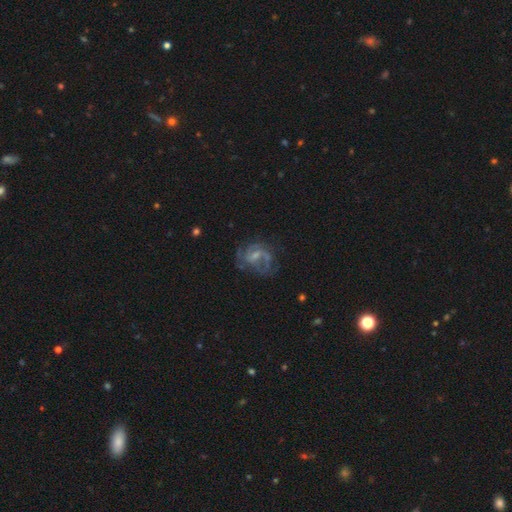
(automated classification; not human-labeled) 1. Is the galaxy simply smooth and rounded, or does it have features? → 75% featured or disk, 16% smooth, 9% star or artifact.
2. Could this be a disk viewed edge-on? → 98% no, 2% yes.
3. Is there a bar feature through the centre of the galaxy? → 53% weak, 35% no, 13% strong.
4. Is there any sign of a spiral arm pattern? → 84% yes, 16% no.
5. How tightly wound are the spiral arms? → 47% medium, 30% loose, 23% tight.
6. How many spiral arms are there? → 52% 2, 22% can't tell, 11% 3, 10% 1, 3% 4, 3% more than 4.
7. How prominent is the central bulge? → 50% small, 28% moderate, 19% none, 3% large, 1% dominant.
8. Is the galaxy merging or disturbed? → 52% none, 24% major disturbance, 21% minor disturbance, 3% merger.